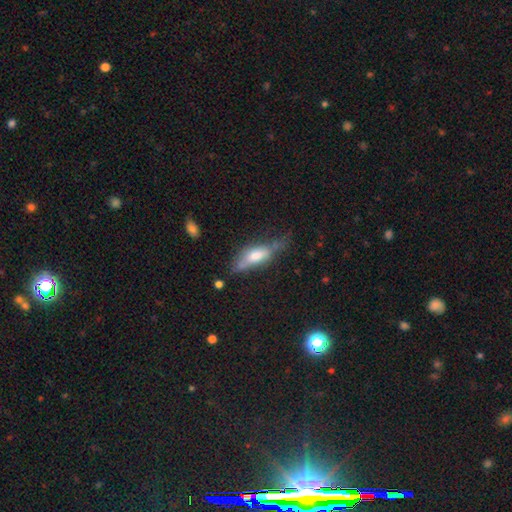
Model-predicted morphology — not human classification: Overall: smooth (46%; featured or disk 44%). Merging: none (47%; minor disturbance 32%).